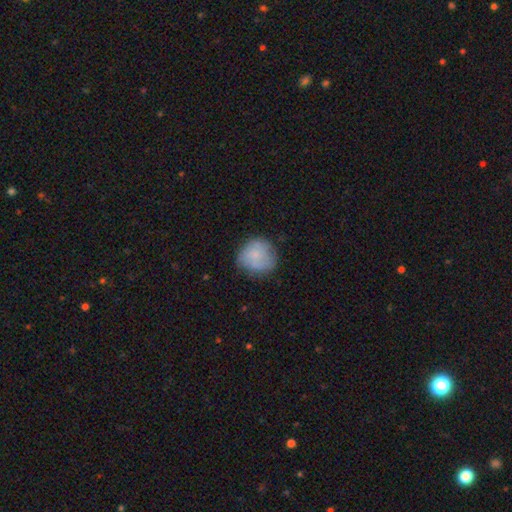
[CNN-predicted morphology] Q: Smooth or featured?
A: smooth (68%); runner-up: featured or disk (24%)
Q: How rounded?
A: round (86%); runner-up: in between (13%)
Q: Merging?
A: none (66%); runner-up: minor disturbance (24%)